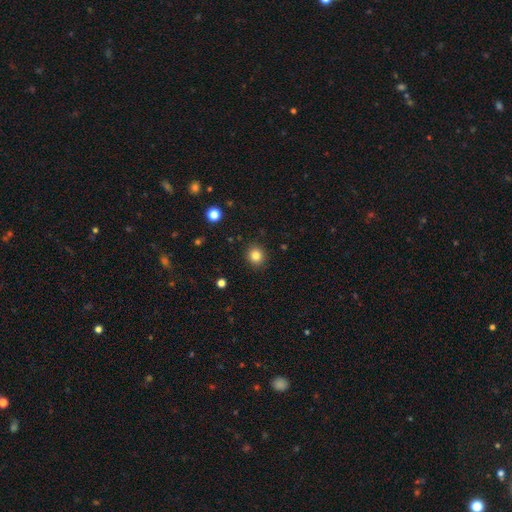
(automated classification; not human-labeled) Smooth or featured? Predicted: smooth (p=0.83). How rounded? Predicted: round (p=0.85). Merging? Predicted: none (p=0.90).